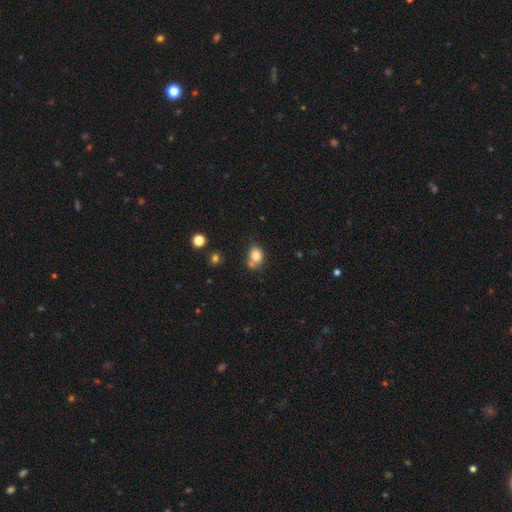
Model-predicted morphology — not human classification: Smooth or featured?
  - smooth: 81% *
  - star or artifact: 10%
  - featured or disk: 9%
How rounded?
  - in between: 55% *
  - round: 44%
  - cigar-shaped: 1%
Merging?
  - none: 52% *
  - merger: 23%
  - minor disturbance: 19%
  - major disturbance: 6%